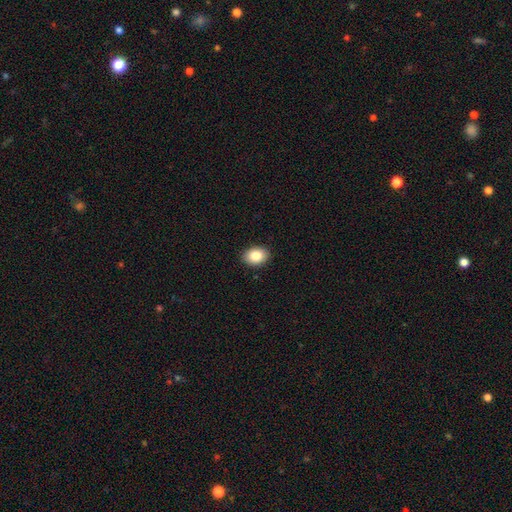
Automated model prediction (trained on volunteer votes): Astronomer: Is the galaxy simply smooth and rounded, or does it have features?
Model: smooth — 86%.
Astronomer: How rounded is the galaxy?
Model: in between — 70%.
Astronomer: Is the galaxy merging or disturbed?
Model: none — 90%.